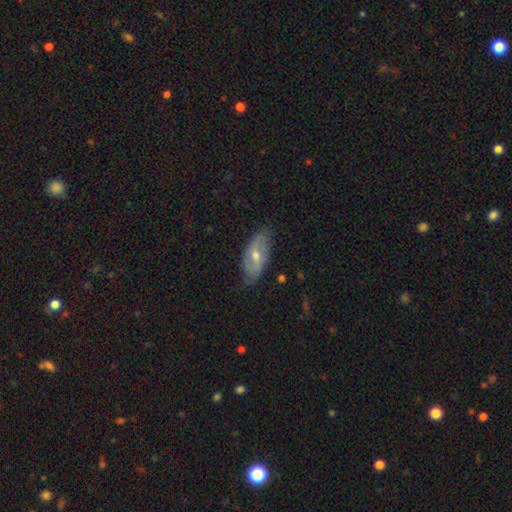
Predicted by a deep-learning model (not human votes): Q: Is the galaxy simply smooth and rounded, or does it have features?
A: featured or disk — 56%.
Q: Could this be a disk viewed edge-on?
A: no — 86%.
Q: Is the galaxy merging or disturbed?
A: none — 77%.